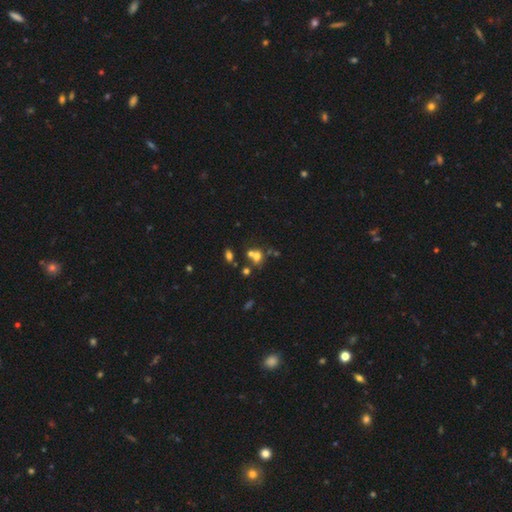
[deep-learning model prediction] Overall: smooth (59%; star or artifact 22%). How rounded: round (65%; in between 33%). Merging: merger (46%; none 39%).